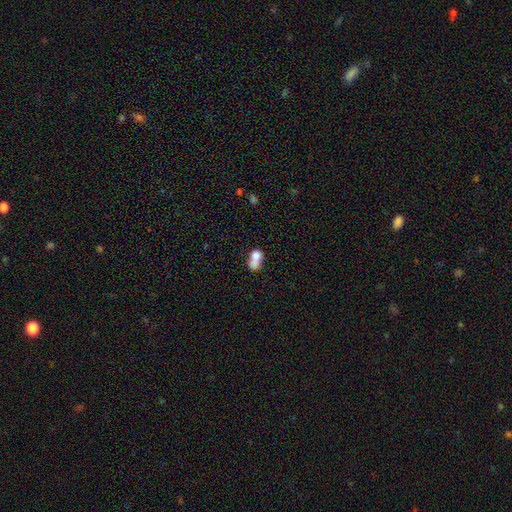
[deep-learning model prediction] The model was most divided on "merging": merger: 52%, none: 22%, minor disturbance: 14%, major disturbance: 12%. More confident: how rounded — in between (72%); smooth or featured — smooth (72%).